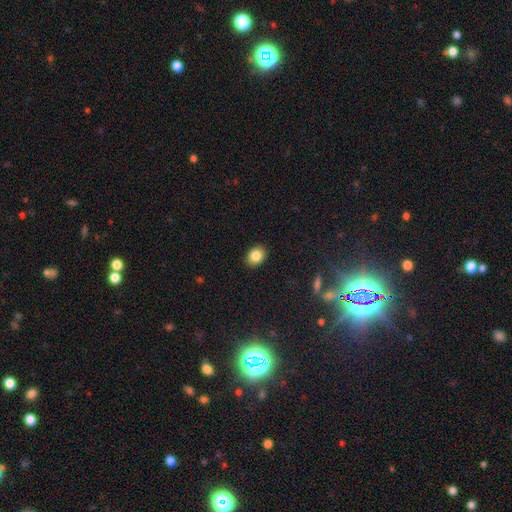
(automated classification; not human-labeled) A smooth galaxy with no disk features (84%) that is in between round and cigar-shaped (61%). Merging: none (90%).